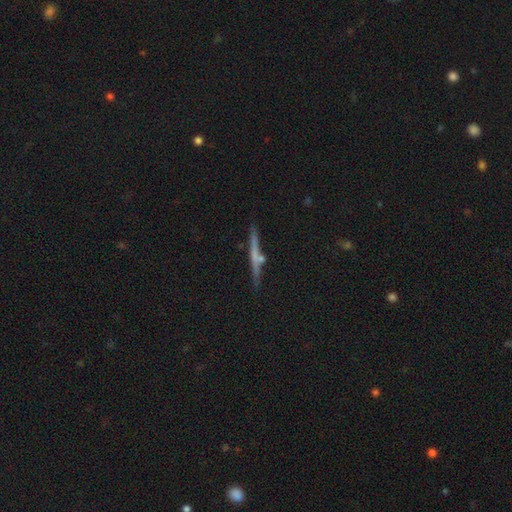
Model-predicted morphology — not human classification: smooth_or_featured: featured or disk (p=0.53) [alt: smooth p=0.39]
disk_edge_on: yes (p=0.96) [alt: no p=0.04]
edge_on_bulge: none (p=0.59) [alt: rounded p=0.32]
merging: none (p=0.78) [alt: minor disturbance p=0.12]